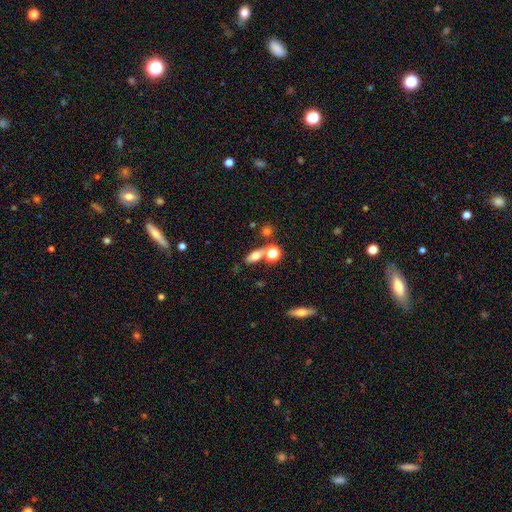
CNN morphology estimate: Smooth or featured?
  - smooth: 63% *
  - featured or disk: 23%
  - star or artifact: 14%
How rounded?
  - in between: 63% *
  - round: 19%
  - cigar-shaped: 18%
Merging?
  - none: 59% *
  - merger: 24%
  - minor disturbance: 12%
  - major disturbance: 5%